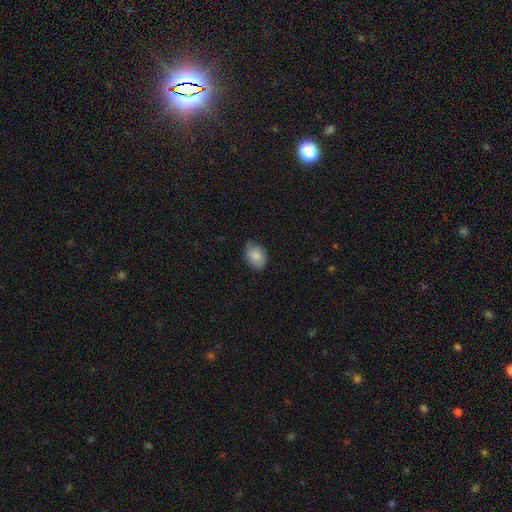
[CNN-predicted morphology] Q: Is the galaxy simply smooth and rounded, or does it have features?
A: smooth — 83%.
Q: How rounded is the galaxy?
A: in between — 76%.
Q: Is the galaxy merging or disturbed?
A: none — 73%.